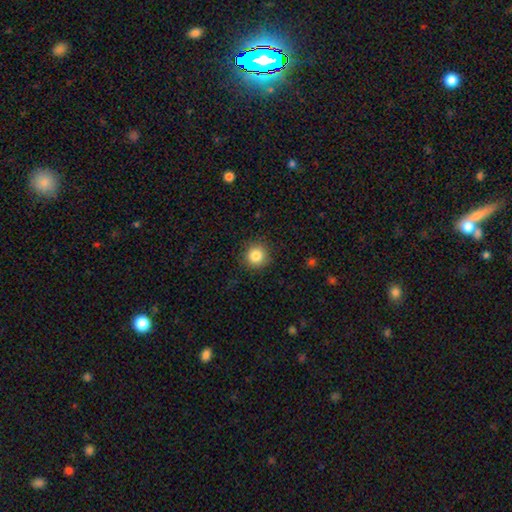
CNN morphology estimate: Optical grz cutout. It shows a smooth galaxy with no disk features (84%) that is round (94%). Merging: none (90%).